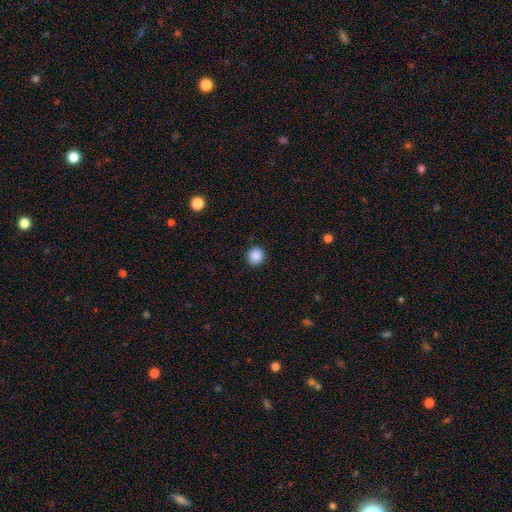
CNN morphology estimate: smooth_or_featured: smooth (p=0.88) [alt: star or artifact p=0.09]
how_rounded: round (p=0.88) [alt: in between p=0.11]
merging: none (p=0.91) [alt: minor disturbance p=0.06]